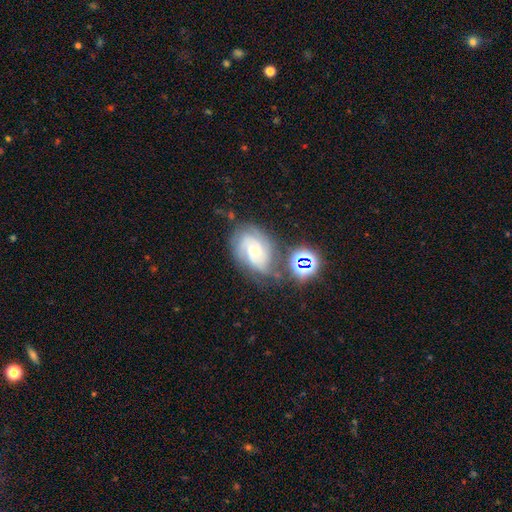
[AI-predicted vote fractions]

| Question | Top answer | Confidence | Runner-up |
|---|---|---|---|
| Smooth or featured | featured or disk | 75% | smooth (14%) |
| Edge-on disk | no | 97% | yes (3%) |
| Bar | no | 65% | weak (29%) |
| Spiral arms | yes | 94% | no (6%) |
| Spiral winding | tight | 55% | medium (36%) |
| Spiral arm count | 3 | 31% | can't tell (27%) |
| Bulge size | small | 60% | moderate (35%) |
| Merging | none | 58% | minor disturbance (23%) |